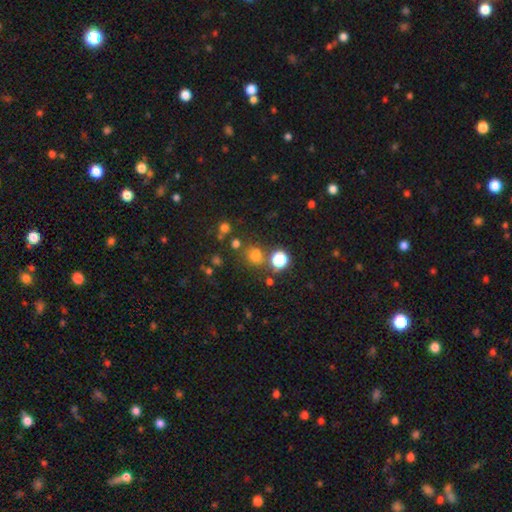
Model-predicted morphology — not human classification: Smooth or featured? smooth (66%)
How rounded? round (85%)
Merging? none (77%)